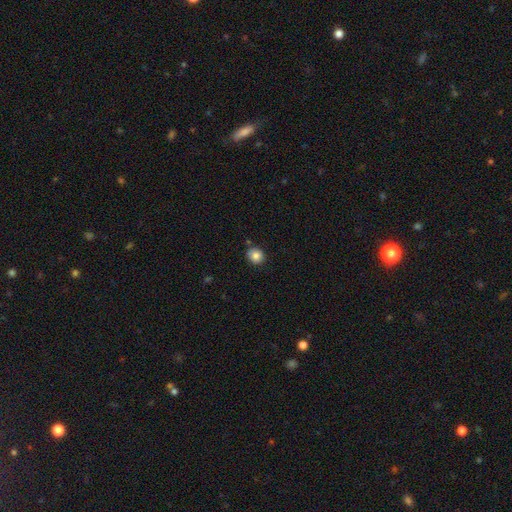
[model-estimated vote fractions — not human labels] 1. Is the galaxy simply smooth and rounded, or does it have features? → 83% smooth, 10% star or artifact, 7% featured or disk.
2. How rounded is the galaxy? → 85% round, 14% in between, 1% cigar-shaped.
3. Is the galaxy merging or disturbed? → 84% none, 10% minor disturbance, 4% merger, 2% major disturbance.